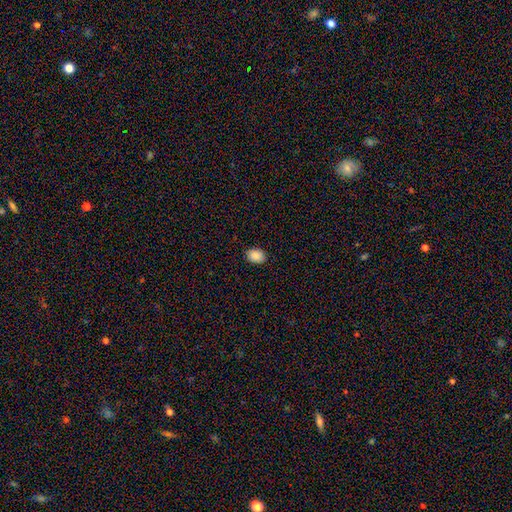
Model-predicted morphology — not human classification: This appears to be a smooth galaxy with no disk features (88%) that is in between round and cigar-shaped (69%). Merging: none (89%).